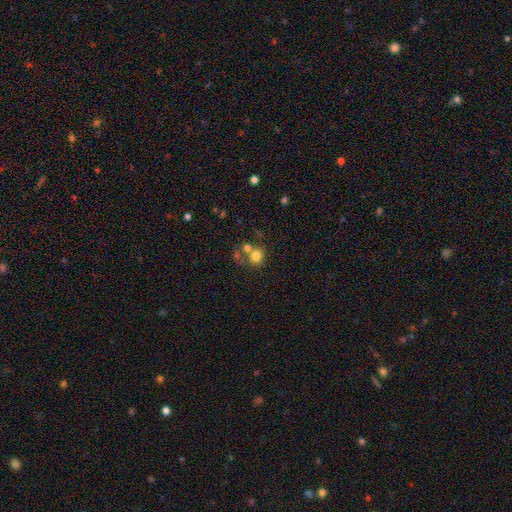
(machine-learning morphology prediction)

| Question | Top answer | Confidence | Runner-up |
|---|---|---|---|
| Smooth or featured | smooth | 75% | featured or disk (13%) |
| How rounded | round | 77% | in between (22%) |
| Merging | none | 44% | merger (40%) |